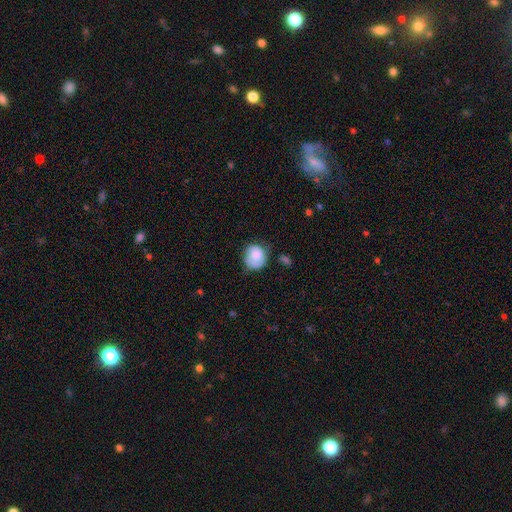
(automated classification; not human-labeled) smooth_or_featured: smooth (p=0.70) [alt: featured or disk p=0.23]
how_rounded: round (p=0.77) [alt: in between p=0.23]
merging: none (p=0.56) [alt: minor disturbance p=0.30]